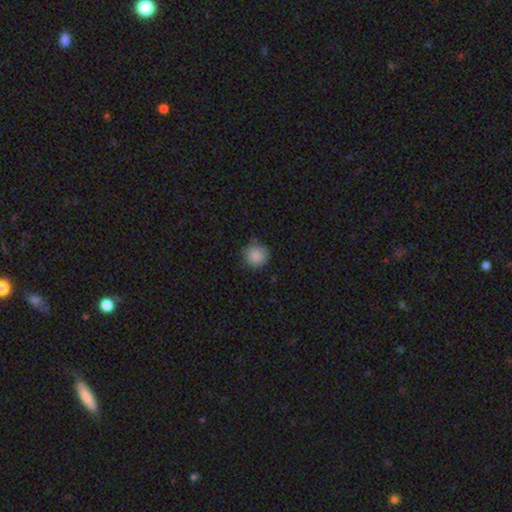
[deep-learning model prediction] smooth-or-featured: smooth: 88% | star or artifact: 9% | featured or disk: 4%
  how-rounded: round: 94% | in between: 5% | cigar-shaped: 1%
  merging: none: 86% | minor disturbance: 11% | major disturbance: 2% | merger: 1%